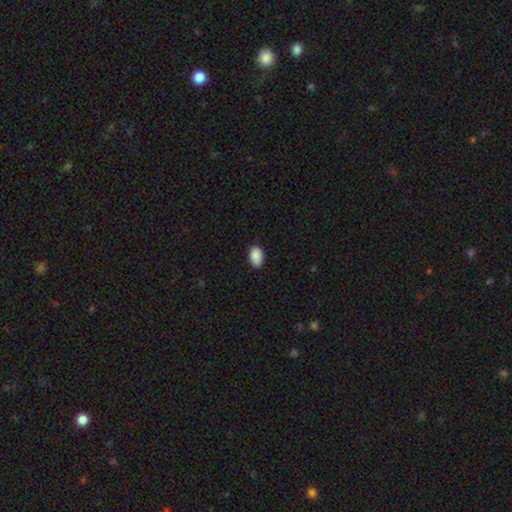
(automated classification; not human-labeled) Smooth or featured: smooth — 89% (star or artifact — 7%)
How rounded: in between — 88% (round — 11%)
Merging: none — 83% (minor disturbance — 14%)